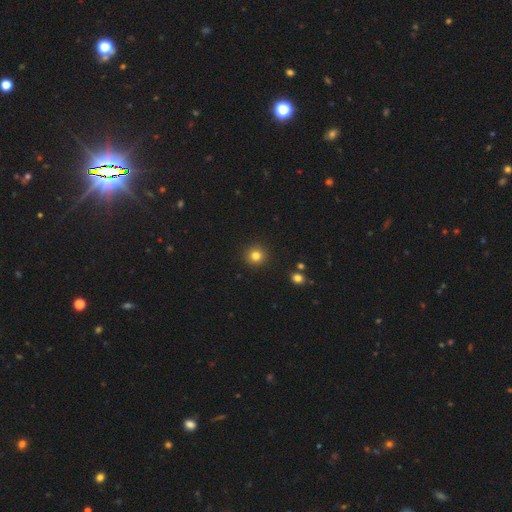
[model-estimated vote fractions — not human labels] This is clearly a smooth galaxy (82%). How rounded: clearly round (94%). Merging: clearly none (92%).